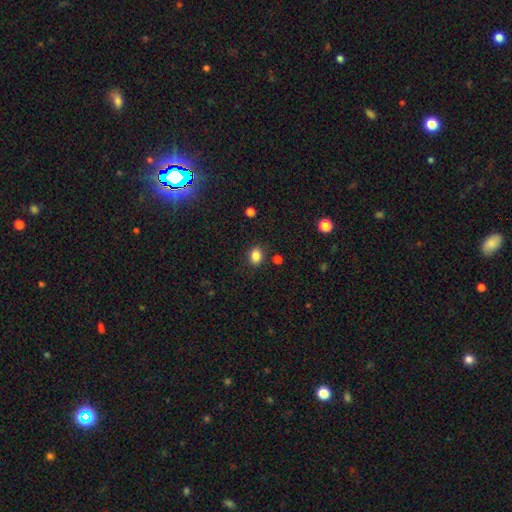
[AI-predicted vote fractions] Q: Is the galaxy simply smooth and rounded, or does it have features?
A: smooth — 85%.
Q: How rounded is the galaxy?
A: in between — 56%.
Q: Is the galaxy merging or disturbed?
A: none — 85%.